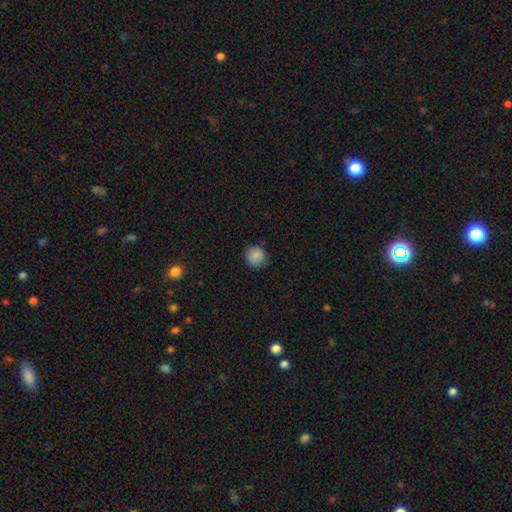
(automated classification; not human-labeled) Smooth or featured: smooth — 87% (star or artifact — 9%)
How rounded: round — 92% (in between — 7%)
Merging: none — 87% (minor disturbance — 10%)